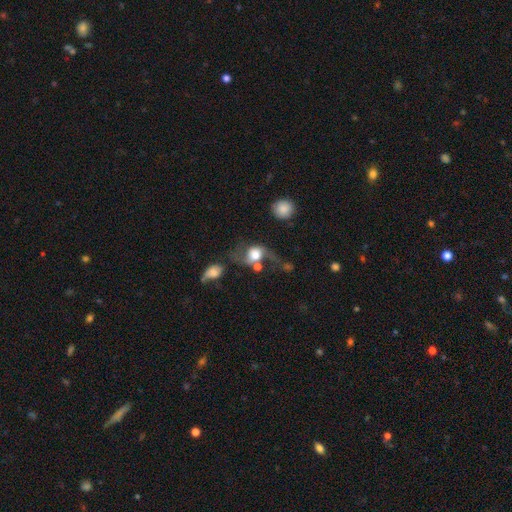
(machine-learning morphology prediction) A featured or disk galaxy (50%).

Vote fractions:
- Smooth or featured? featured or disk: 50% / smooth: 40% / star or artifact: 10%
- Edge-on disk? no: 92% / yes: 8%
- Merging? major disturbance: 31% (tied) / none: 31% (tied) / merger: 21% / minor disturbance: 17%